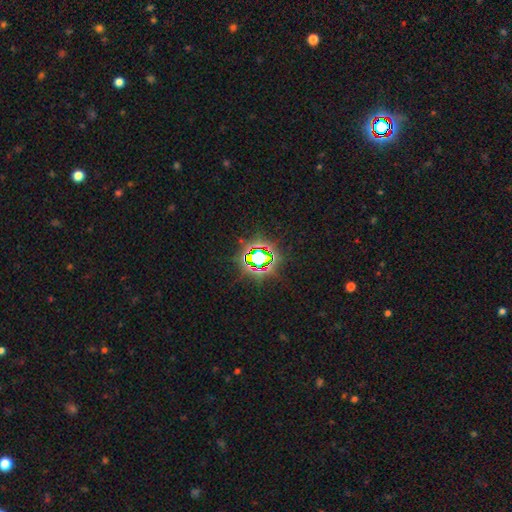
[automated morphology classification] A star or artifact, not a galaxy (73%).

Vote fractions:
- Smooth or featured? star or artifact: 73% / smooth: 16% / featured or disk: 11%